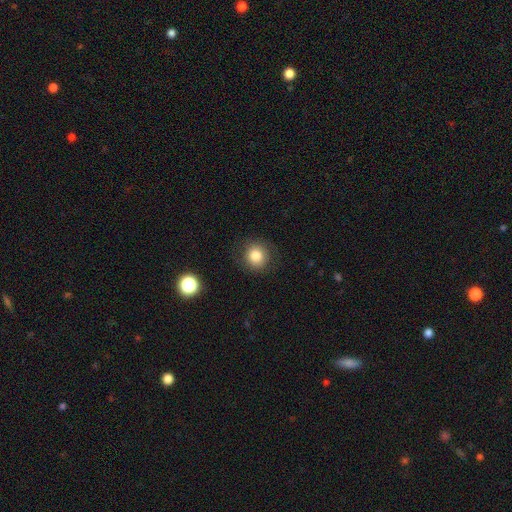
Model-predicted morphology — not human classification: Q: Smooth or featured?
A: smooth (82%); runner-up: star or artifact (11%)
Q: How rounded?
A: round (90%); runner-up: in between (9%)
Q: Merging?
A: none (86%); runner-up: minor disturbance (9%)